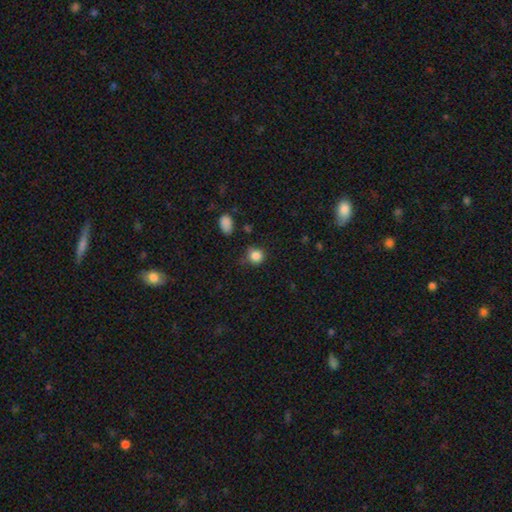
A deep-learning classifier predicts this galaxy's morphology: type=smooth (85%); roundness=round (87%); merging=none (76%).